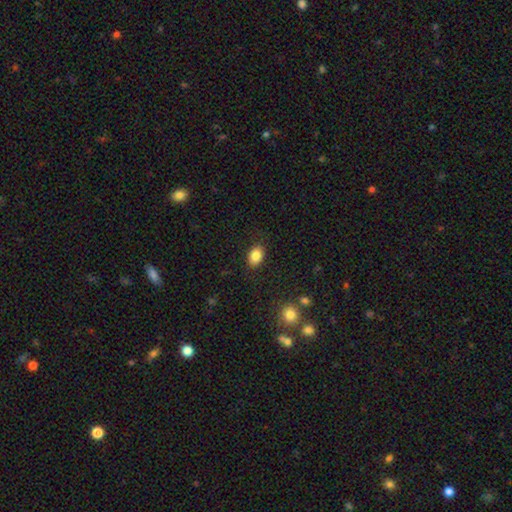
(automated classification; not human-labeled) smooth 85%, star or artifact 9%, featured or disk 7%. Down the decision tree: how rounded — in between (81%); merging — none (86%).